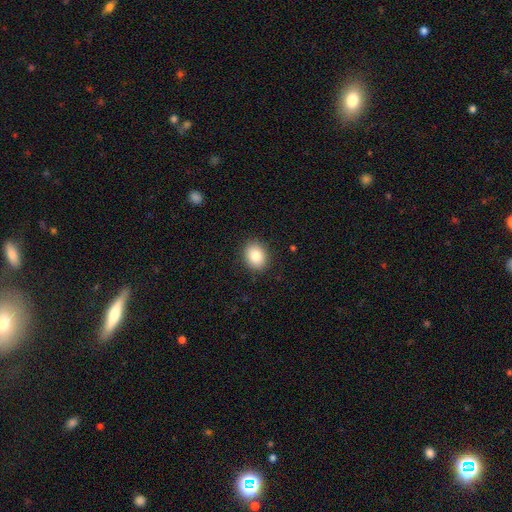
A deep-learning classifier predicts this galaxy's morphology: Smooth or featured?
  - smooth: 83% *
  - star or artifact: 9%
  - featured or disk: 8%
How rounded?
  - in between: 50% *
  - round: 49%
  - cigar-shaped: 1%
Merging?
  - none: 89% *
  - minor disturbance: 8%
  - major disturbance: 2%
  - merger: 1%